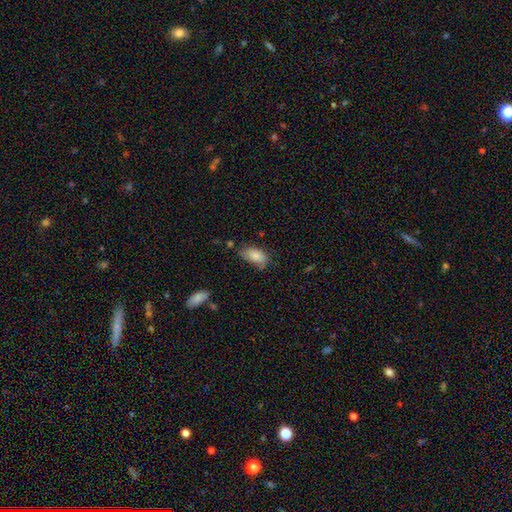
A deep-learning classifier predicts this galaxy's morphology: This appears to be a smooth galaxy with no disk features (83%) that is in between round and cigar-shaped (93%). Merging: none (56%).